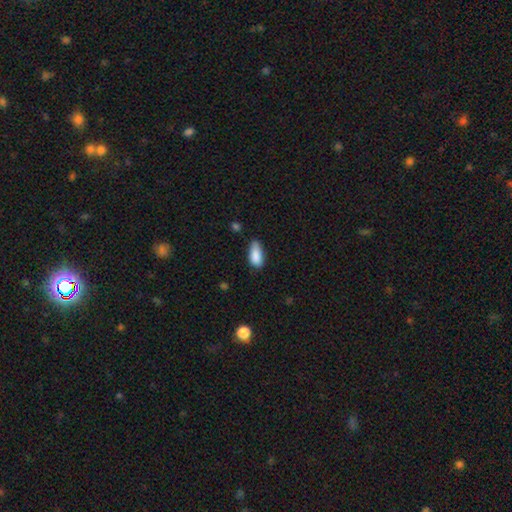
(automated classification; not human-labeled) This is clearly a smooth galaxy (86%). How rounded: clearly in between (88%). Merging: possibly none (52%).